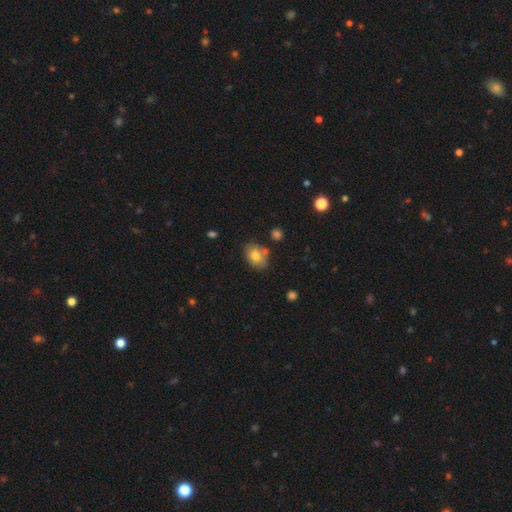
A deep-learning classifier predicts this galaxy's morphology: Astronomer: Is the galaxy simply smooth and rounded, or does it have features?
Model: smooth — 79%.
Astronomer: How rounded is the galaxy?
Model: in between — 75%.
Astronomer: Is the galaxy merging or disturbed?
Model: none — 64%.